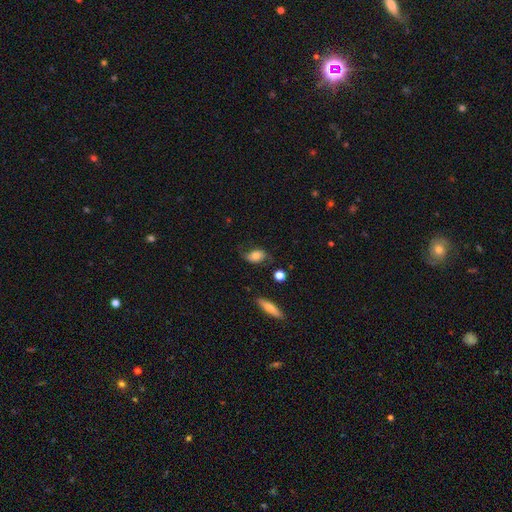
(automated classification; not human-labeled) Smooth or featured? Predicted: smooth (p=0.59). How rounded? Predicted: in between (p=0.85). Merging? Predicted: none (p=0.56).